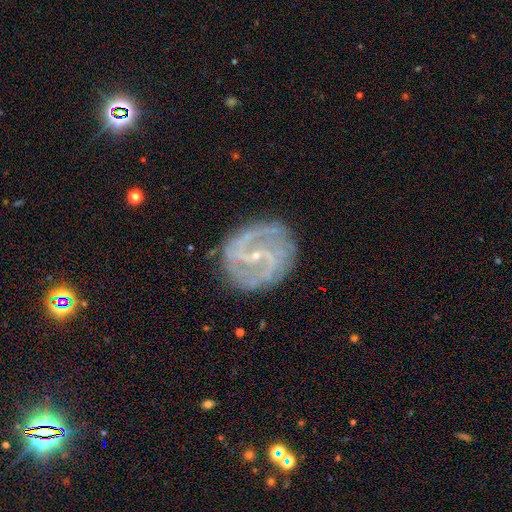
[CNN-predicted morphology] featured or disk 87%, star or artifact 7%, smooth 6%. Down the decision tree: edge-on disk — no (97%); bar — weak (45%); spiral arms — yes (96%); spiral arm count — 2 (74%); spiral winding — medium (48%); bulge size — small (83%); merging — none (81%).